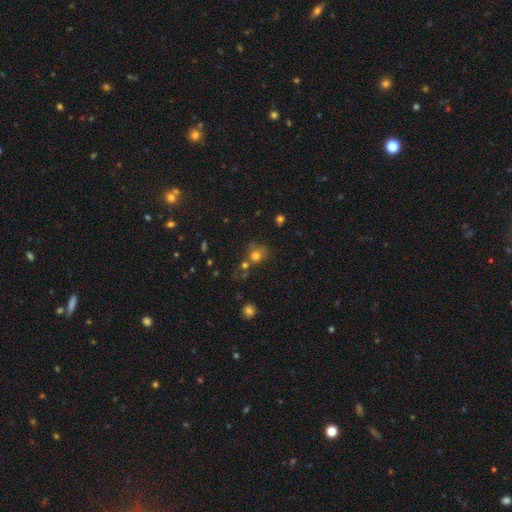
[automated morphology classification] This appears to be a smooth galaxy with no disk features (72%) that is round (76%). Merging: none (47%).